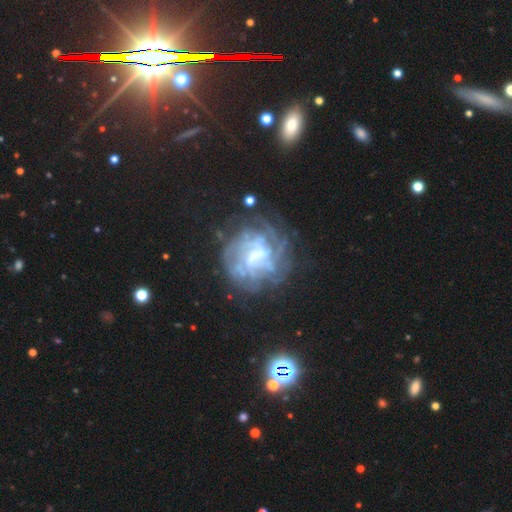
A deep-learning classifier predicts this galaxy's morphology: type=featured or disk (80%); edge-on=no (98%); bar=weak (52%); spiral arms=yes (83%); winding=tight (55%); arm count=can't tell (51%); bulge=moderate (37%); merging=none (64%).